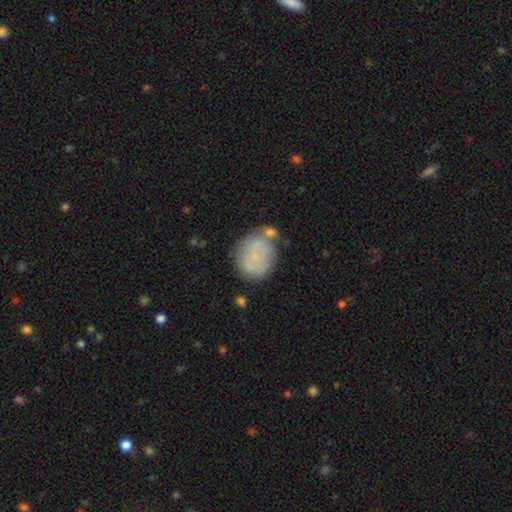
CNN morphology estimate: A smooth galaxy with no disk features (66%) that is round (58%).

Vote fractions:
- Smooth or featured? smooth: 66% / featured or disk: 24% / star or artifact: 9%
- How rounded? round: 58% / in between: 40% / cigar-shaped: 1%
- Merging? none: 56% / minor disturbance: 23% / merger: 13% / major disturbance: 8%